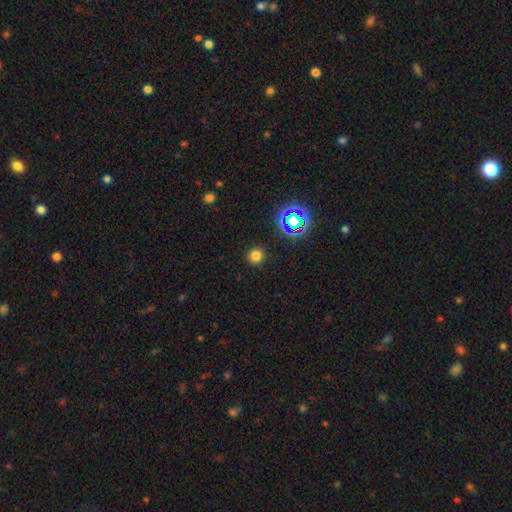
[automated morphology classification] This appears to be a smooth galaxy with no disk features (74%) that is round (93%). Merging: none (91%).